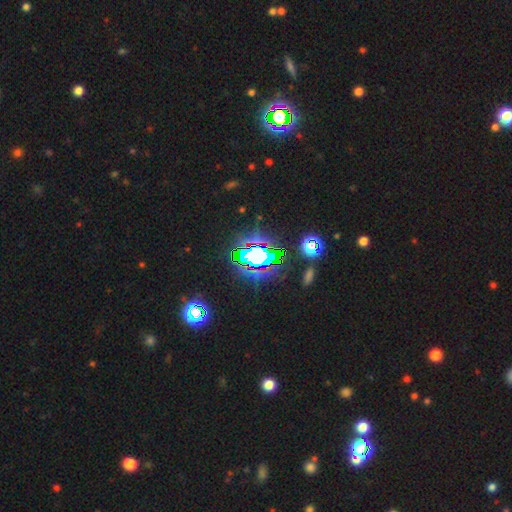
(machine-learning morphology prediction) Smooth or featured? Predicted: star or artifact (p=0.69).